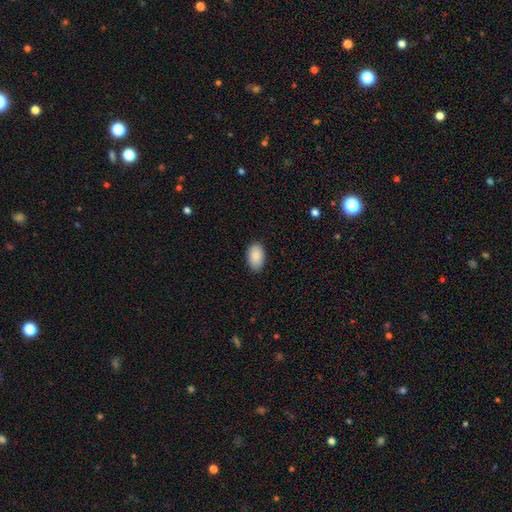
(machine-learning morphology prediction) smooth_or_featured: smooth (p=0.89) [alt: star or artifact p=0.06]
how_rounded: in between (p=0.93) [alt: round p=0.06]
merging: none (p=0.86) [alt: minor disturbance p=0.11]